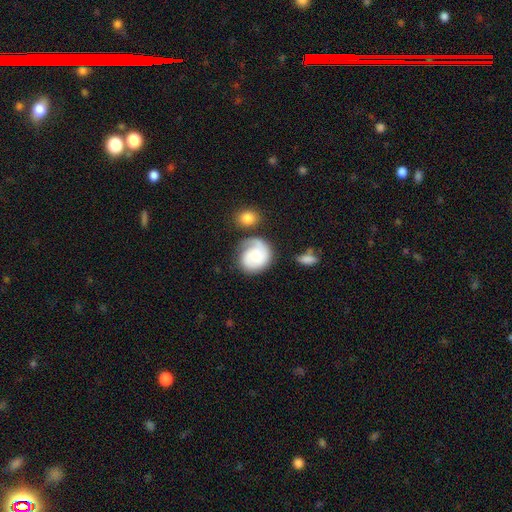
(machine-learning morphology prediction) Smooth or featured? Predicted: featured or disk (p=0.55). Edge-on disk? Predicted: no (p=0.98). Bar? Predicted: no (p=0.71). Spiral arms? Predicted: yes (p=0.90). Bulge size? Predicted: small (p=0.37). Merging? Predicted: none (p=0.56).